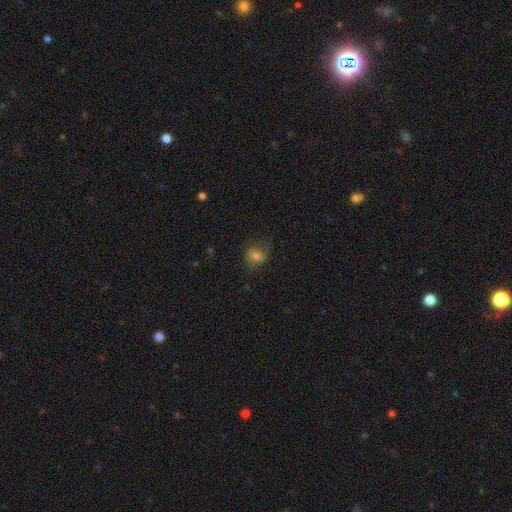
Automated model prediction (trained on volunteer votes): smooth 69%, featured or disk 18%, star or artifact 13%. Down the decision tree: how rounded — round (59%); merging — none (62%).